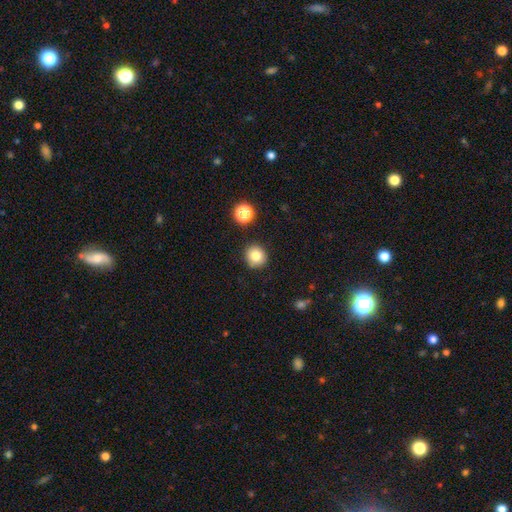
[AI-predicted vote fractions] The model was most divided on "smooth or featured": smooth: 80%, star or artifact: 12%, featured or disk: 8%. More confident: how rounded — round (89%); merging — none (86%).